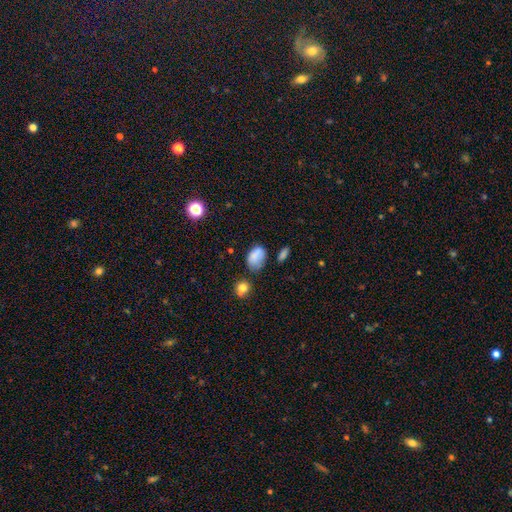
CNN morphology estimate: Smooth or featured: smooth — 79% (star or artifact — 11%)
How rounded: in between — 84% (round — 14%)
Merging: none — 52% (minor disturbance — 31%)